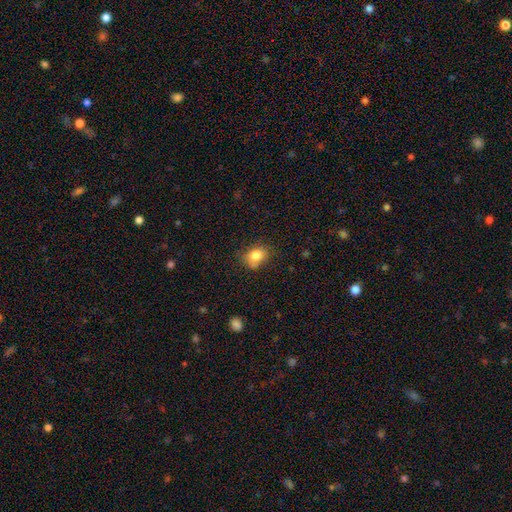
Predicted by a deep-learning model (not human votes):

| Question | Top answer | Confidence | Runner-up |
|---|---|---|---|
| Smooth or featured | smooth | 82% | star or artifact (10%) |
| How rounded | in between | 57% | round (42%) |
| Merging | none | 63% | minor disturbance (24%) |